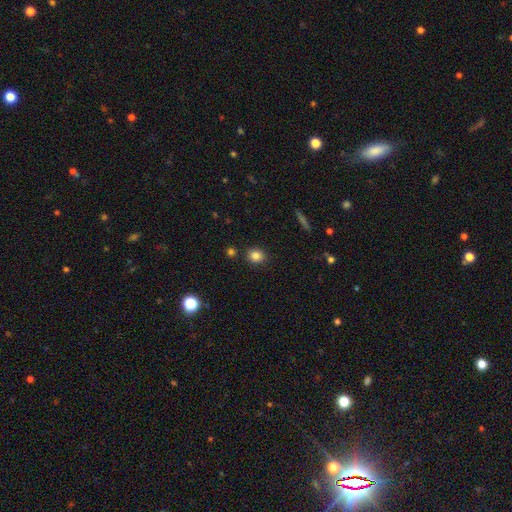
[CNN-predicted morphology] A smooth galaxy with no disk features (83%) that is round (71%). Merging: none (86%).